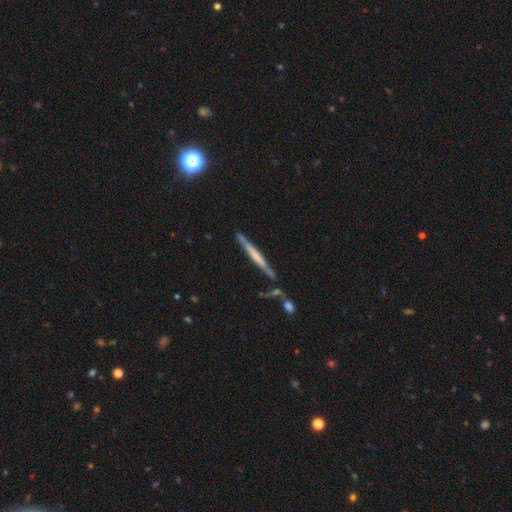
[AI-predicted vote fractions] featured or disk 52%, smooth 41%, star or artifact 6%. Down the decision tree: edge-on disk — yes (94%); merging — none (69%).